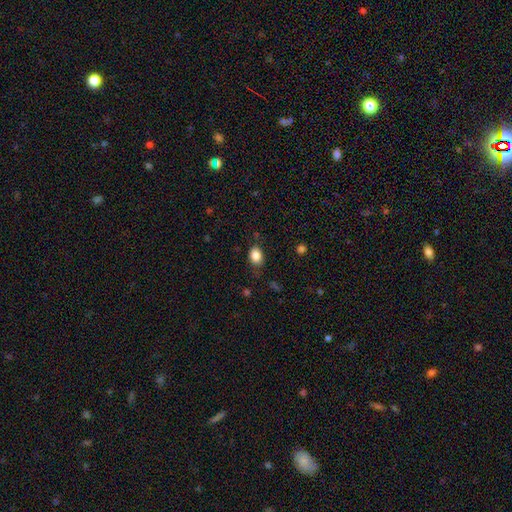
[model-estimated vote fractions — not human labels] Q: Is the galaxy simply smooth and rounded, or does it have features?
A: smooth — 85%.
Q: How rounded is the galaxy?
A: in between — 69%.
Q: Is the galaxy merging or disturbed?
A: none — 74%.